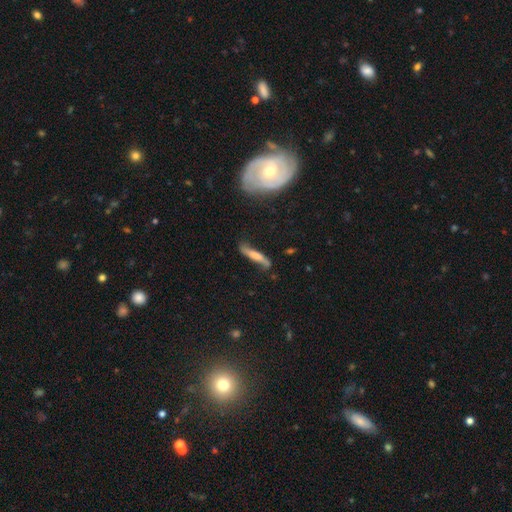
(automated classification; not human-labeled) smooth_or_featured: smooth (p=0.55) [alt: featured or disk p=0.38]
how_rounded: cigar-shaped (p=0.86) [alt: in between p=0.12]
merging: none (p=0.64) [alt: minor disturbance p=0.25]